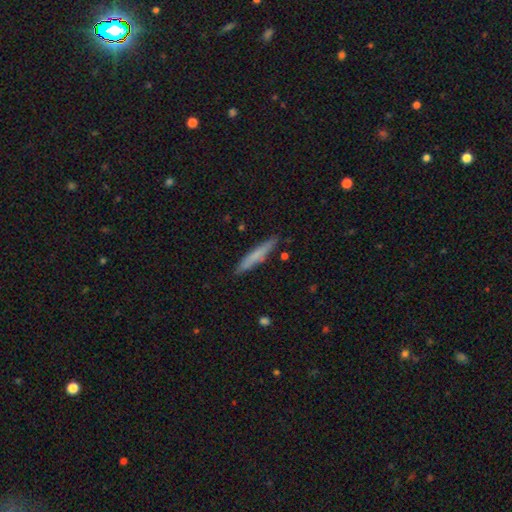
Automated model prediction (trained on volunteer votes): Smooth or featured? smooth (69%)
How rounded? cigar-shaped (94%)
Merging? none (87%)